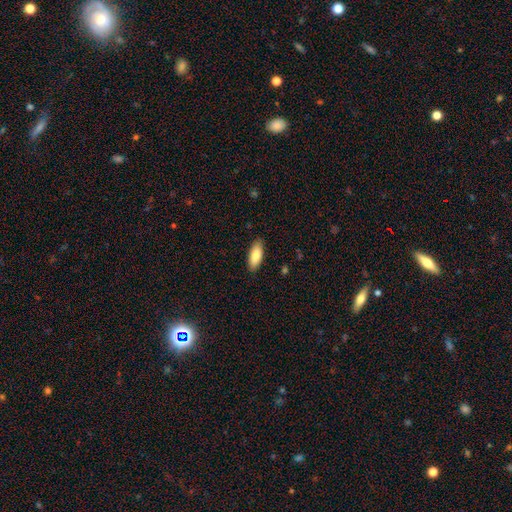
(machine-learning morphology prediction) This is clearly a smooth galaxy (84%). How rounded: likely in between (79%). Merging: clearly none (88%).